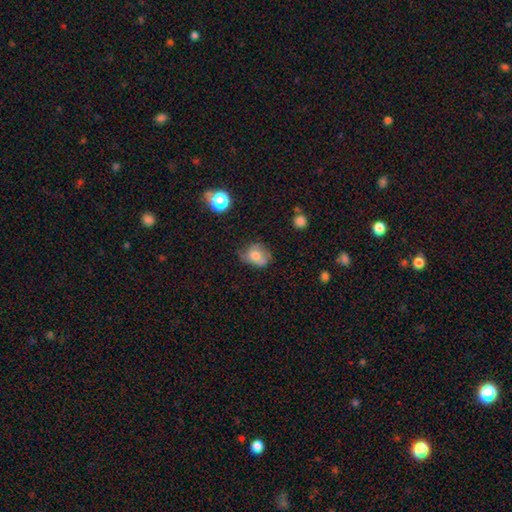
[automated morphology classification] A smooth galaxy with no disk features (68%) that is round (50%). Merging: none (43%).